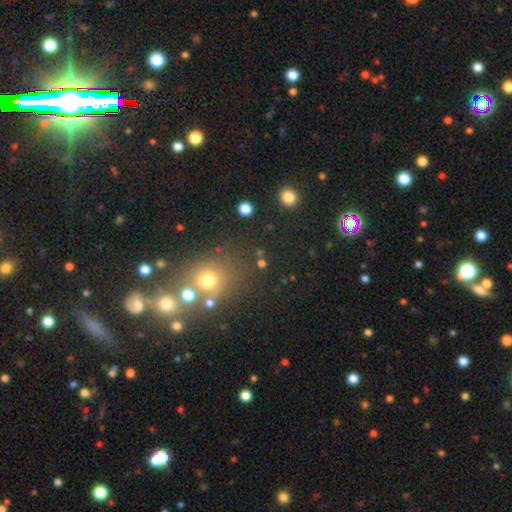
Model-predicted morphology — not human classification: Q: Smooth or featured?
A: smooth (46%); runner-up: star or artifact (44%)
Q: Merging?
A: none (71%); runner-up: merger (14%)